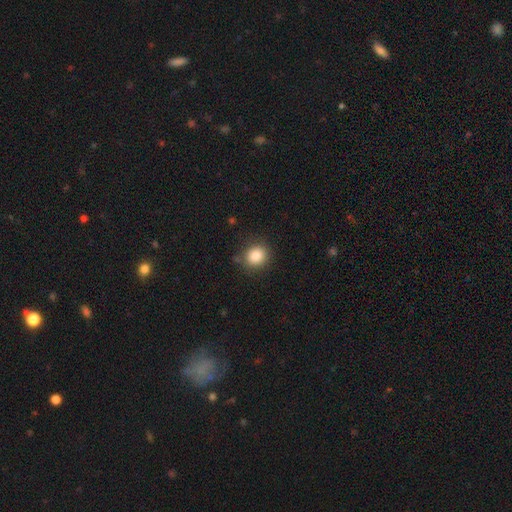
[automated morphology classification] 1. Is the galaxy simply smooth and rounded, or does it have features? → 85% smooth, 10% star or artifact, 5% featured or disk.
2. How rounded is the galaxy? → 80% round, 19% in between, 1% cigar-shaped.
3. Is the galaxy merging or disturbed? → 85% none, 10% minor disturbance, 3% major disturbance, 2% merger.